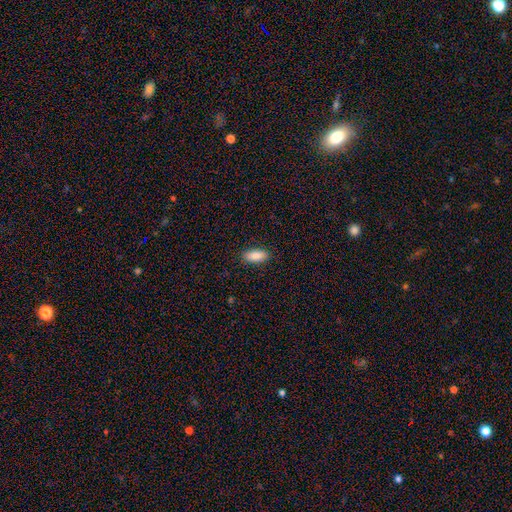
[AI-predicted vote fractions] Smooth or featured? Predicted: smooth (p=0.88). How rounded? Predicted: in between (p=0.85). Merging? Predicted: none (p=0.89).